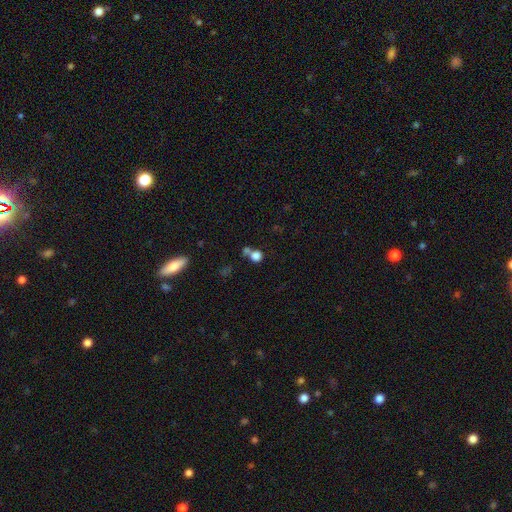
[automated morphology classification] smooth 78%, star or artifact 14%, featured or disk 8%. Down the decision tree: how rounded — round (83%); merging — none (44%).